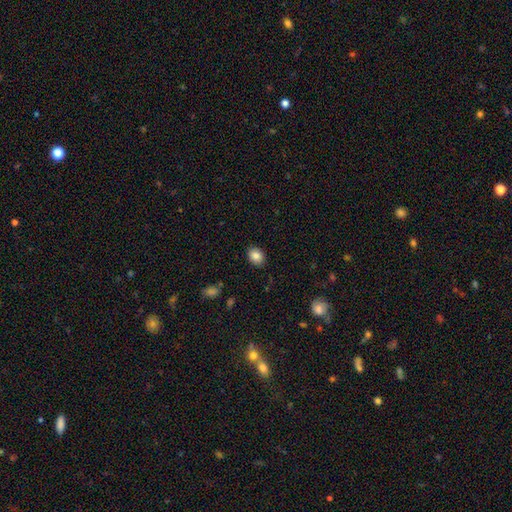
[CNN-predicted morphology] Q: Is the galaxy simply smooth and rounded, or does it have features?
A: smooth — 85%.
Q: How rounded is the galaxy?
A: in between — 56%.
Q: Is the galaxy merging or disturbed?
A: none — 88%.